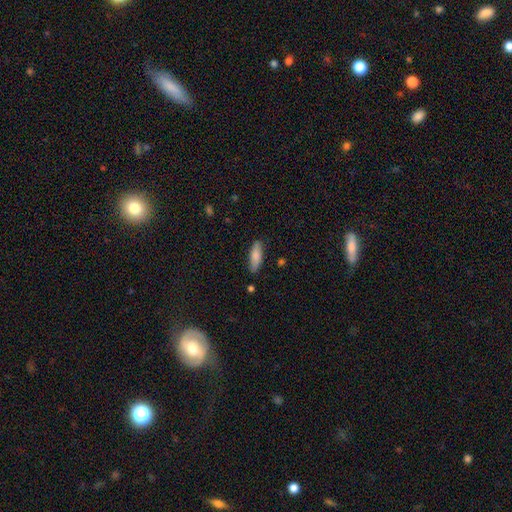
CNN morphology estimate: Smooth or featured?
  - smooth: 78% *
  - featured or disk: 16%
  - star or artifact: 6%
How rounded?
  - in between: 49% * (tied)
  - cigar-shaped: 49% * (tied)
  - round: 2%
Merging?
  - none: 84% *
  - minor disturbance: 12%
  - major disturbance: 2%
  - merger: 2%